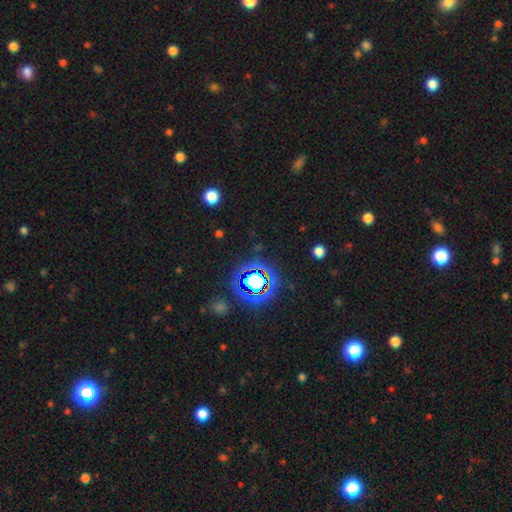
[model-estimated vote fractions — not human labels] A star or artifact, not a galaxy (79%).